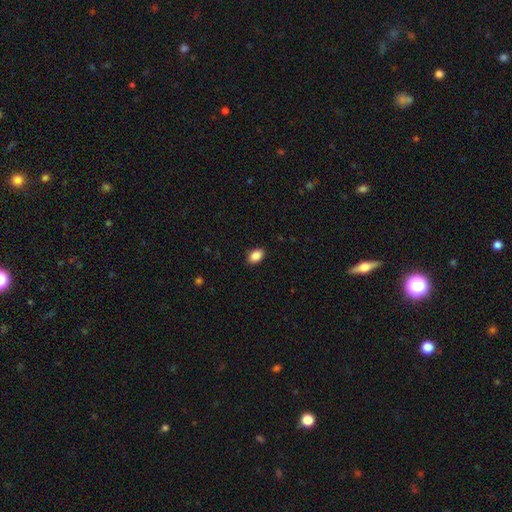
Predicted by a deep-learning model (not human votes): A smooth galaxy with no disk features (88%) that is in between round and cigar-shaped (89%). Merging: none (89%).